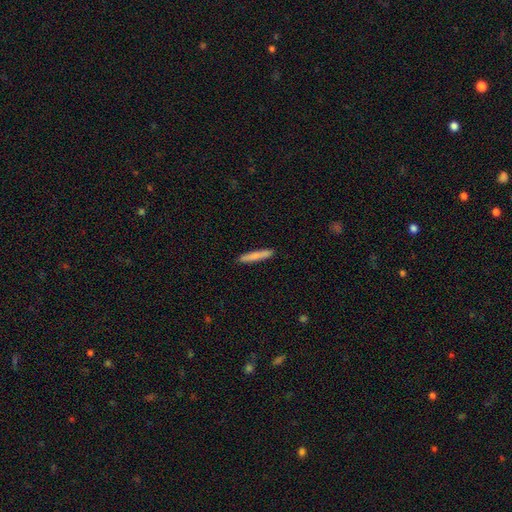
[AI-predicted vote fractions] smooth_or_featured: smooth (p=0.81) [alt: featured or disk p=0.14]
how_rounded: cigar-shaped (p=0.94) [alt: in between p=0.04]
merging: none (p=0.91) [alt: minor disturbance p=0.06]